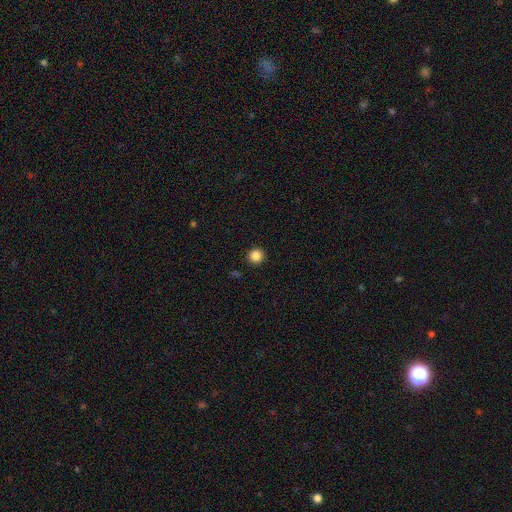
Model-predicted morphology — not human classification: This is clearly a smooth galaxy (85%). How rounded: clearly round (95%). Merging: clearly none (93%).